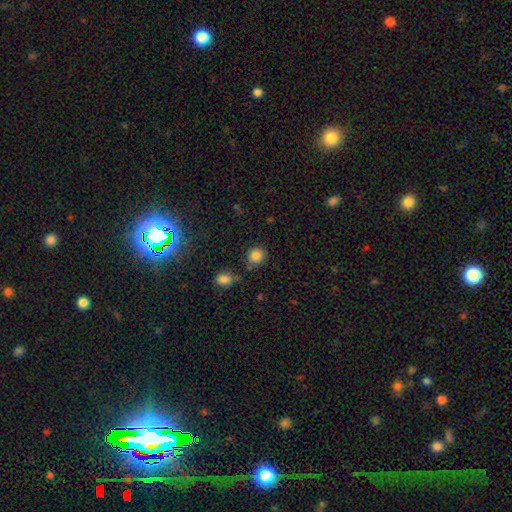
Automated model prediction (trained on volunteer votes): smooth-or-featured: smooth: 85% | star or artifact: 11% | featured or disk: 4%
  how-rounded: round: 84% | in between: 15% | cigar-shaped: 1%
  merging: none: 74% | minor disturbance: 14% | merger: 8% | major disturbance: 4%